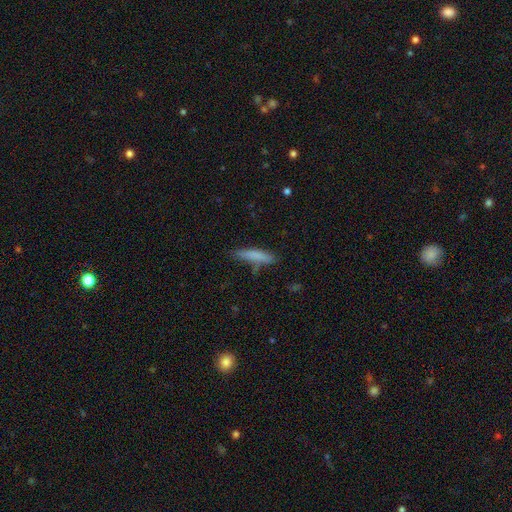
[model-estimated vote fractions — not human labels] This is likely a smooth galaxy (79%). How rounded: clearly cigar-shaped (83%). Merging: likely none (71%).